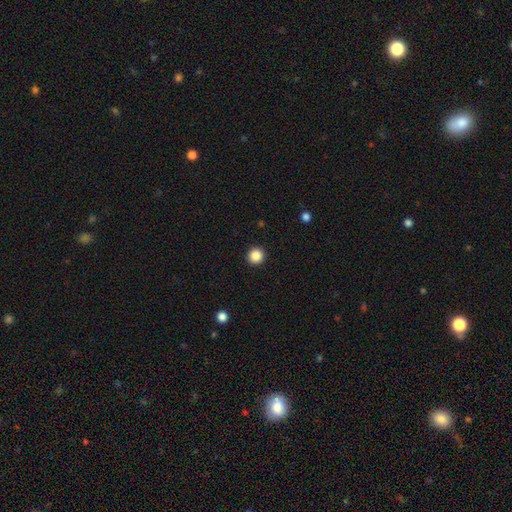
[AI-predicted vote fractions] smooth-or-featured: smooth: 87% | star or artifact: 10% | featured or disk: 3%
  how-rounded: round: 96% | in between: 3% | cigar-shaped: 1%
  merging: none: 93% | minor disturbance: 4% | major disturbance: 2% | merger: 1%